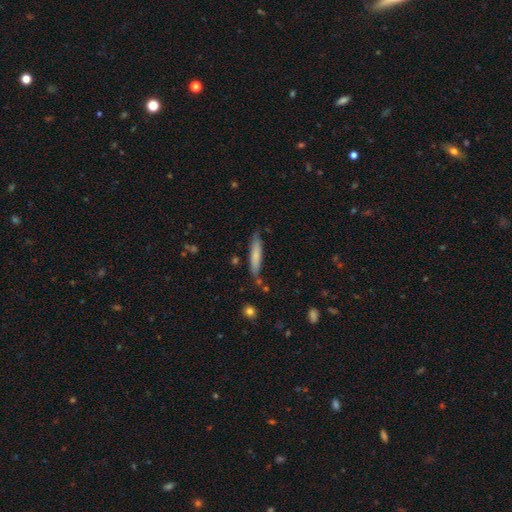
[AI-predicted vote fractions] Smooth or featured? Predicted: smooth (p=0.73). How rounded? Predicted: cigar-shaped (p=0.87). Merging? Predicted: none (p=0.76).